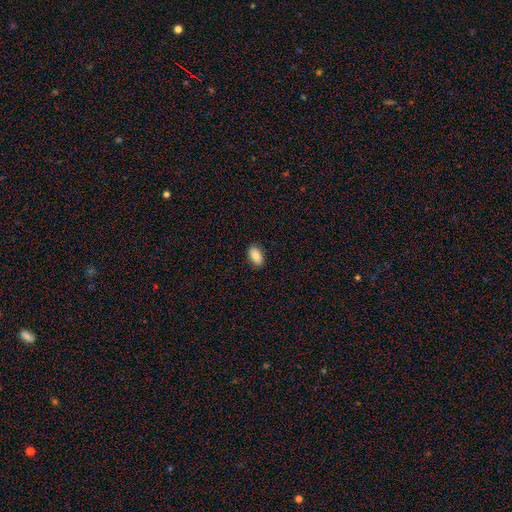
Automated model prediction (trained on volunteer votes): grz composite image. It shows a smooth galaxy with no disk features (86%) that is in between round and cigar-shaped (93%). Merging: none (88%).